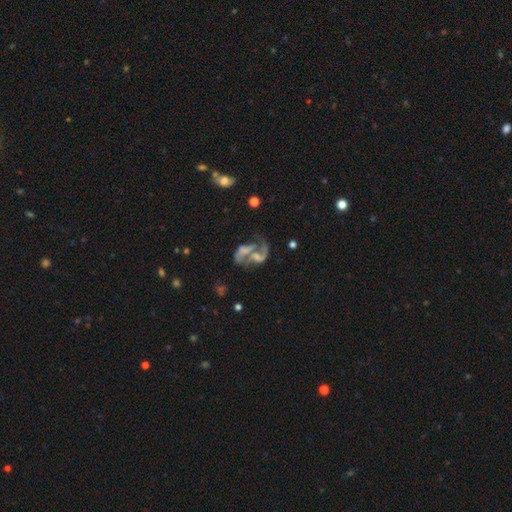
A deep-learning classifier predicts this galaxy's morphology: A featured or disk galaxy (74%) with no bar (53%), 2 (71%) loose (60%) spiral arms (78%) and no central bulge (33%).

Vote fractions:
- Smooth or featured? featured or disk: 74% / smooth: 15% / star or artifact: 12%
- Edge-on disk? no: 97% / yes: 3%
- Bar? no: 53% / weak: 34% / strong: 13%
- Spiral arms? yes: 78% / no: 22%
- Spiral winding? loose: 60% / medium: 32% / tight: 8%
- Spiral arm count? 2: 71% / 1: 18% / can't tell: 7% / 3: 2% / 4: 1% / more than 4: 1%
- Bulge size? none: 33% / moderate: 29% / small: 28% / large: 7% / dominant: 2%
- Merging? merger: 36% / none: 27% / major disturbance: 25% / minor disturbance: 13%